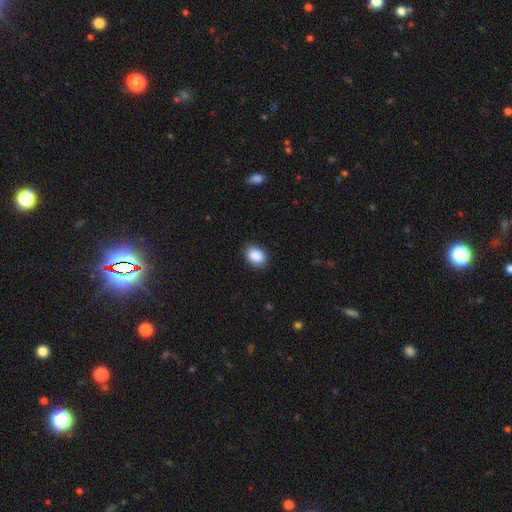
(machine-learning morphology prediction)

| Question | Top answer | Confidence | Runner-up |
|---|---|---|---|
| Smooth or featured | smooth | 89% | star or artifact (7%) |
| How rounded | in between | 74% | round (25%) |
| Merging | none | 87% | minor disturbance (10%) |